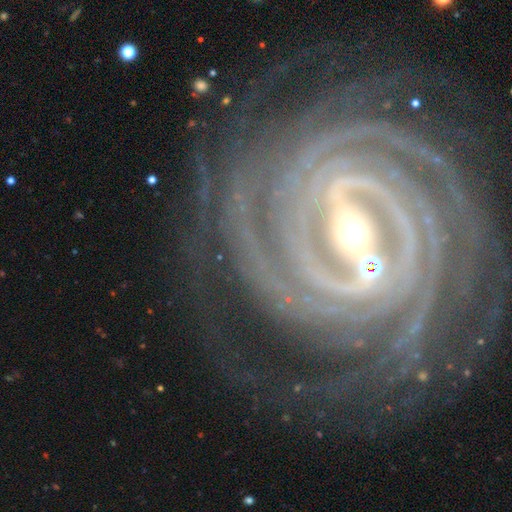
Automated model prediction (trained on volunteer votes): This is clearly a featured or disk galaxy (90%). It is clearly not viewed edge-on (97%). Bar: possibly strong (59%). Spiral arm pattern: clearly yes (98%). Spiral arm count: marginally 2 (25%). Spiral winding: likely tight (77%). Central bulge: possibly small (47%, tied with moderate). Merging: likely none (71%).